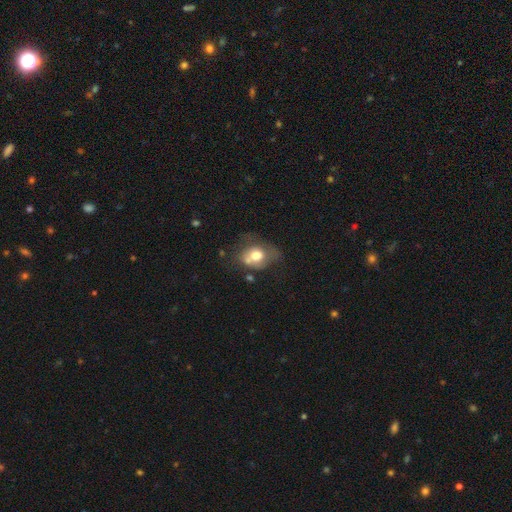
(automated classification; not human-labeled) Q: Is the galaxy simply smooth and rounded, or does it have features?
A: smooth — 64%.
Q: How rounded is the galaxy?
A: in between — 61%.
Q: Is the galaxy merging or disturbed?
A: none — 33%.